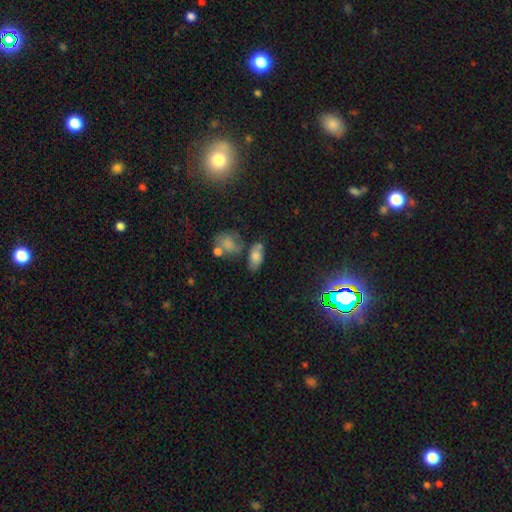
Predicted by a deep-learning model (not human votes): smooth 71%, featured or disk 16%, star or artifact 12%. Down the decision tree: how rounded — in between (87%); merging — none (49%).